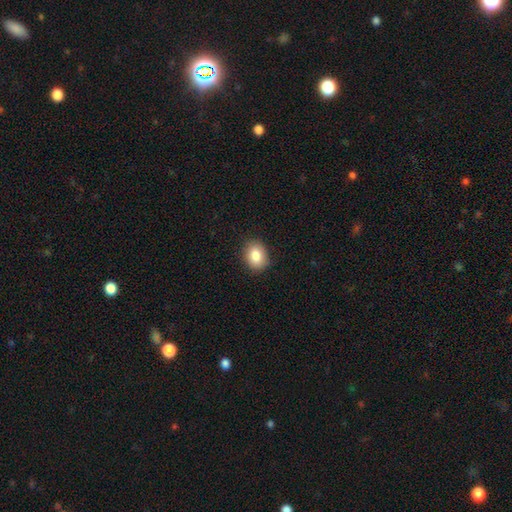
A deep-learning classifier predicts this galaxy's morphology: type=smooth (84%); roundness=in between (55%); merging=none (87%).